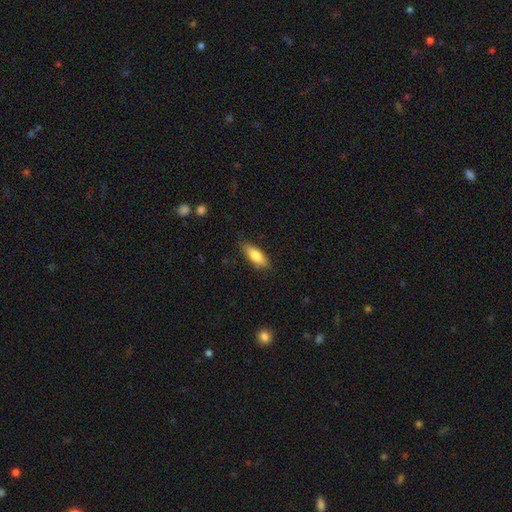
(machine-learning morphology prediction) smooth 74%, featured or disk 20%, star or artifact 6%. Down the decision tree: how rounded — in between (63%); merging — none (80%).